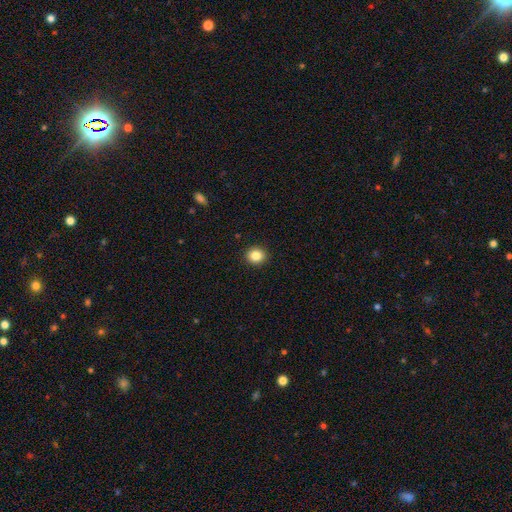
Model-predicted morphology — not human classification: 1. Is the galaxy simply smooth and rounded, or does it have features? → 85% smooth, 10% star or artifact, 5% featured or disk.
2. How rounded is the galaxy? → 85% round, 14% in between, 1% cigar-shaped.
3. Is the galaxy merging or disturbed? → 92% none, 5% minor disturbance, 2% major disturbance, 1% merger.